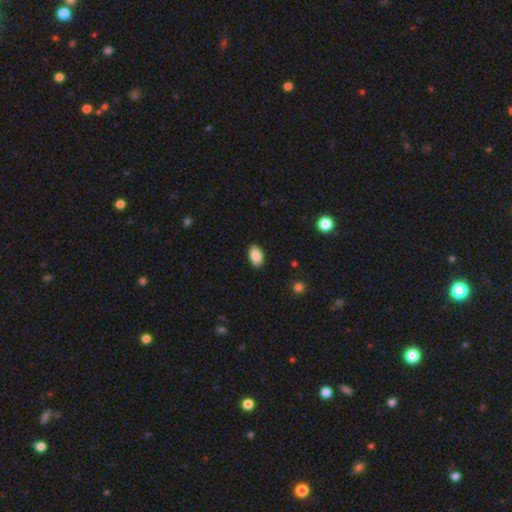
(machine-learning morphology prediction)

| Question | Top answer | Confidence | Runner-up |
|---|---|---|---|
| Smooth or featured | smooth | 89% | star or artifact (8%) |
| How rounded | in between | 92% | round (7%) |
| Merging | none | 89% | minor disturbance (8%) |